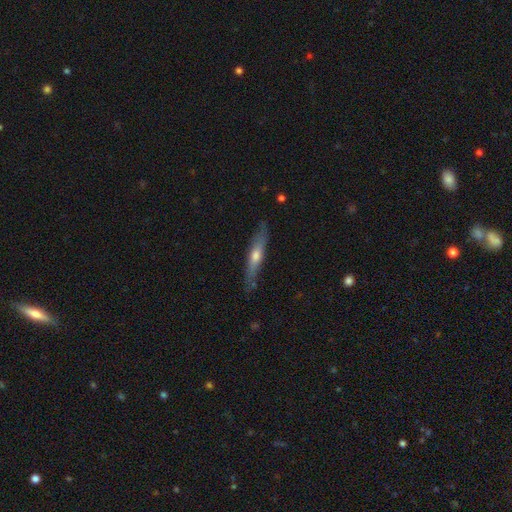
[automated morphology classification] Smooth or featured? featured or disk (57%)
Edge-on disk? yes (88%)
Merging? none (82%)